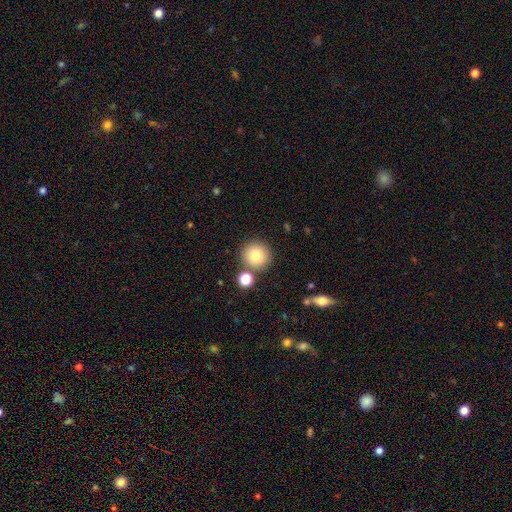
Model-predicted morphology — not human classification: Smooth or featured?
  - smooth: 80% *
  - star or artifact: 11%
  - featured or disk: 10%
How rounded?
  - round: 95% *
  - in between: 4%
  - cigar-shaped: 1%
Merging?
  - none: 80% *
  - merger: 11%
  - minor disturbance: 7%
  - major disturbance: 2%